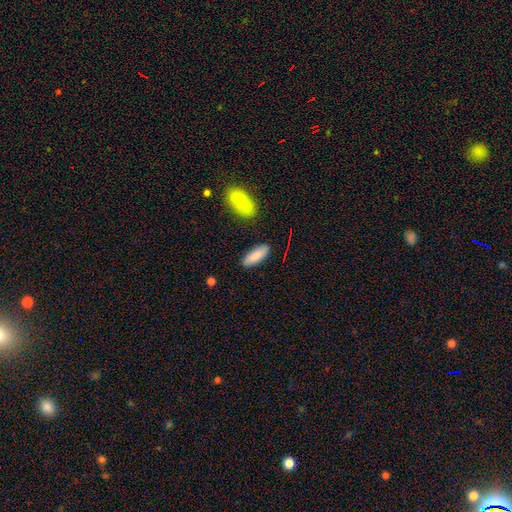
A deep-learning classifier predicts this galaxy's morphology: type=smooth (85%); roundness=in between (67%); merging=none (84%).